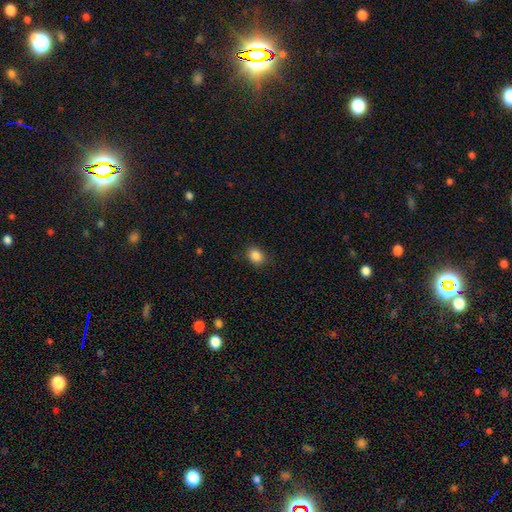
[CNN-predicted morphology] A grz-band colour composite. It shows a smooth galaxy with no disk features (86%) that is in between round and cigar-shaped (55%). Merging: none (85%).